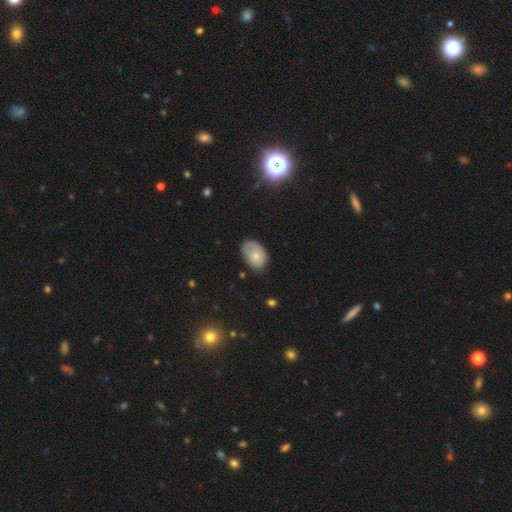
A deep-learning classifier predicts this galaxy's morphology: A smooth galaxy with no disk features (69%) that is in between round and cigar-shaped (86%).

Vote fractions:
- Smooth or featured? smooth: 69% / featured or disk: 23% / star or artifact: 8%
- How rounded? in between: 86% / round: 13% / cigar-shaped: 1%
- Merging? none: 58% / minor disturbance: 31% / major disturbance: 9% / merger: 2%